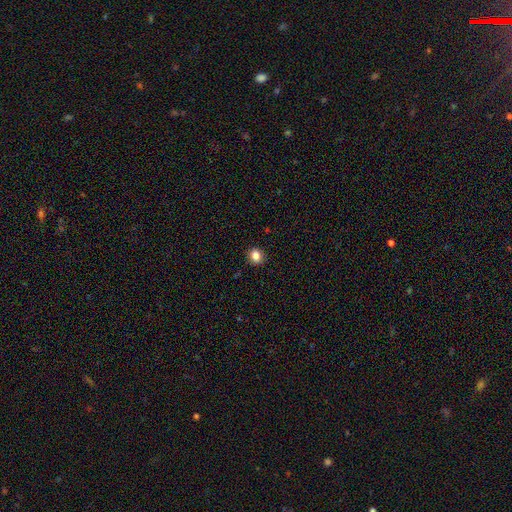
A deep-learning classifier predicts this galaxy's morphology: This is clearly a smooth galaxy (84%). How rounded: likely round (69%). Merging: clearly none (90%).